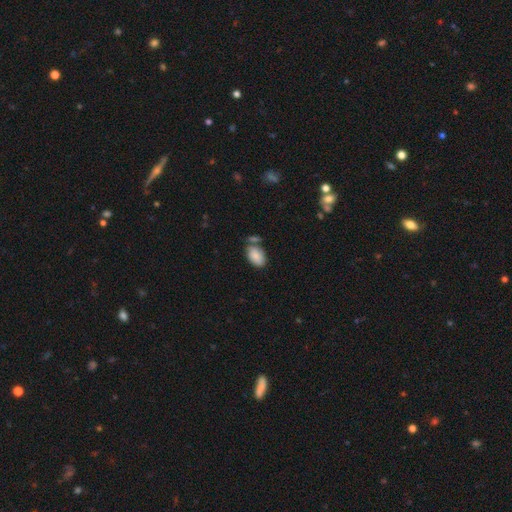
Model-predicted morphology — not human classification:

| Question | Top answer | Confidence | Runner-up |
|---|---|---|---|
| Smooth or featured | smooth | 84% | featured or disk (8%) |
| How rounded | in between | 92% | round (7%) |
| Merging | none | 52% | merger (21%) |